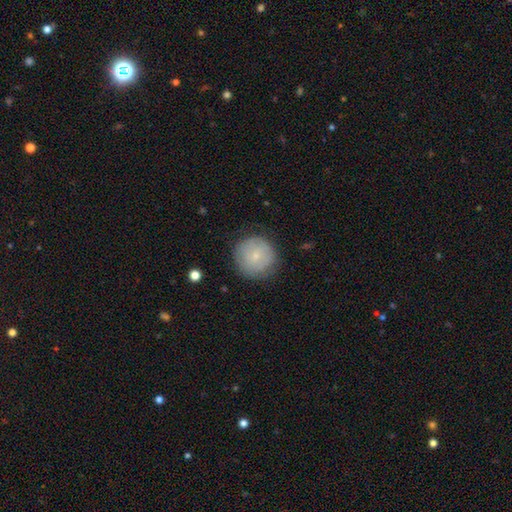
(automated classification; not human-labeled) The model was most divided on "smooth or featured": smooth: 70%, featured or disk: 23%, star or artifact: 7%. More confident: how rounded — round (94%); merging — none (80%).